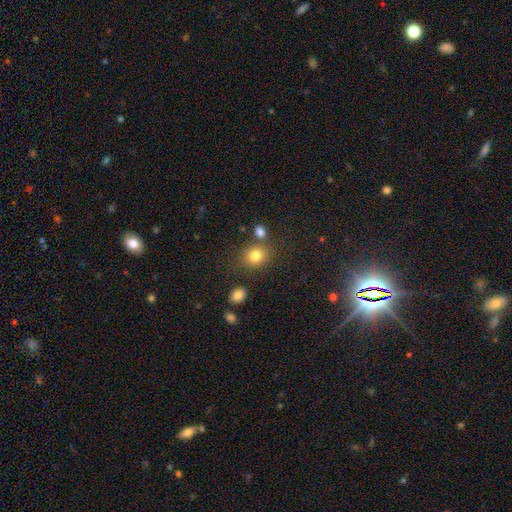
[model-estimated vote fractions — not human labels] A smooth galaxy with no disk features (80%) that is round (68%).

Vote fractions:
- Smooth or featured? smooth: 80% / star or artifact: 12% / featured or disk: 8%
- How rounded? round: 68% / in between: 31% / cigar-shaped: 1%
- Merging? none: 73% / minor disturbance: 11% / merger: 11% / major disturbance: 4%